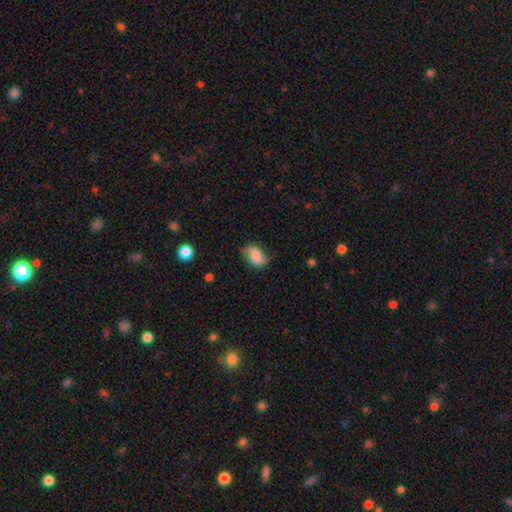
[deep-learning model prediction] Q: Smooth or featured?
A: smooth (68%); runner-up: featured or disk (24%)
Q: How rounded?
A: in between (87%); runner-up: round (11%)
Q: Merging?
A: none (67%); runner-up: minor disturbance (25%)